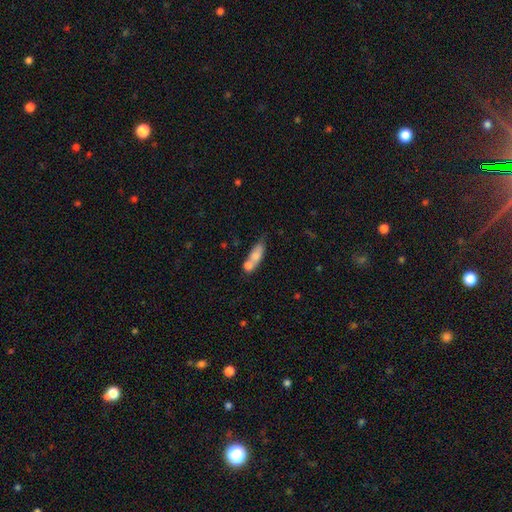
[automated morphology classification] smooth-or-featured: smooth: 72% | featured or disk: 20% | star or artifact: 8%
  how-rounded: in between: 59% | cigar-shaped: 35% | round: 5%
  merging: merger: 44% | none: 34% | minor disturbance: 15% | major disturbance: 7%